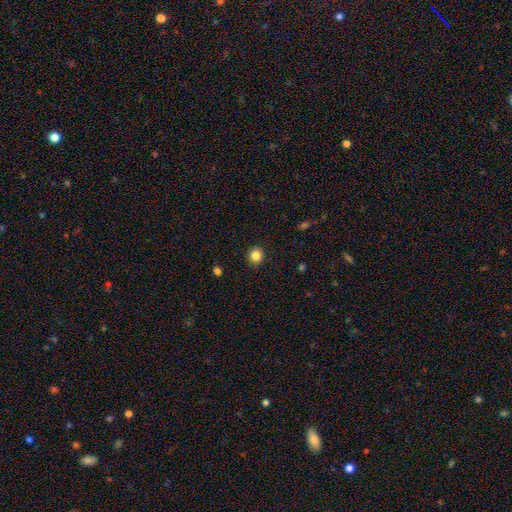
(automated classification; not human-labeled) Smooth or featured? smooth (85%)
How rounded? round (86%)
Merging? none (91%)